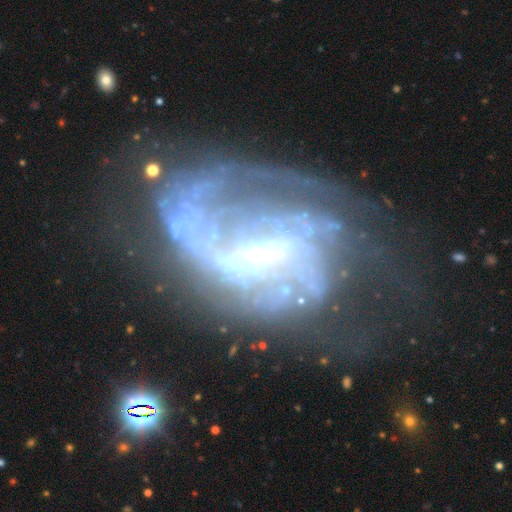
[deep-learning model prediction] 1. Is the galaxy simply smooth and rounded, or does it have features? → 83% featured or disk, 9% star or artifact, 8% smooth.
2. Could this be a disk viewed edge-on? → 97% no, 3% yes.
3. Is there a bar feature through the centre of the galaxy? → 41% weak (tied), 41% strong (tied), 18% no.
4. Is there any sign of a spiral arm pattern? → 83% yes, 17% no.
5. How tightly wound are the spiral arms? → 39% medium, 32% tight, 29% loose.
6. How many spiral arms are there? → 36% can't tell, 31% 2, 12% 1, 11% 3, 5% 4, 5% more than 4.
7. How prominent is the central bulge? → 38% small, 33% moderate, 22% none, 6% large, 2% dominant.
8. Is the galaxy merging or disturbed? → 39% major disturbance, 37% none, 19% minor disturbance, 5% merger.